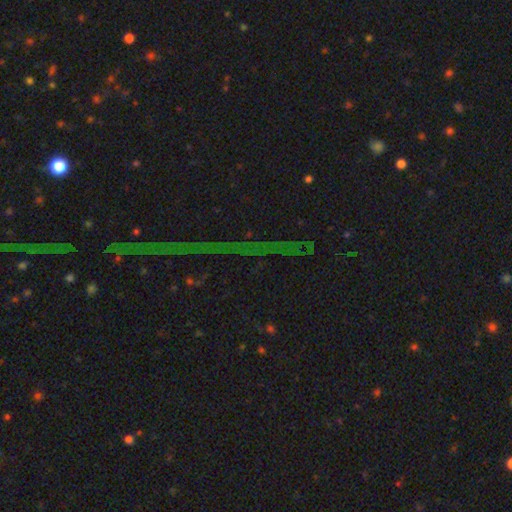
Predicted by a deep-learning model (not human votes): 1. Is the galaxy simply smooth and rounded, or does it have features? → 82% star or artifact, 10% featured or disk, 8% smooth.